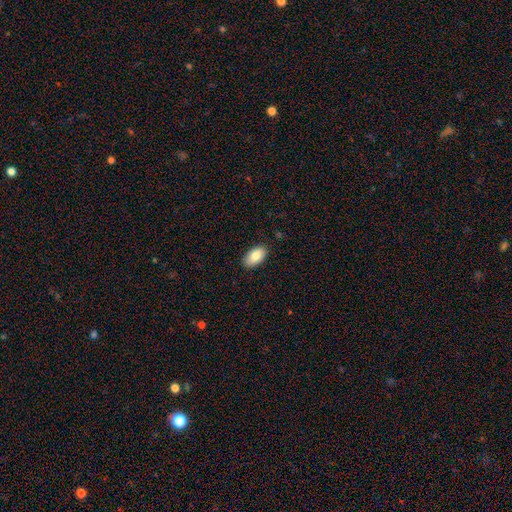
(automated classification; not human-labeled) This is clearly a smooth galaxy (83%). How rounded: clearly in between (94%). Merging: clearly none (87%).